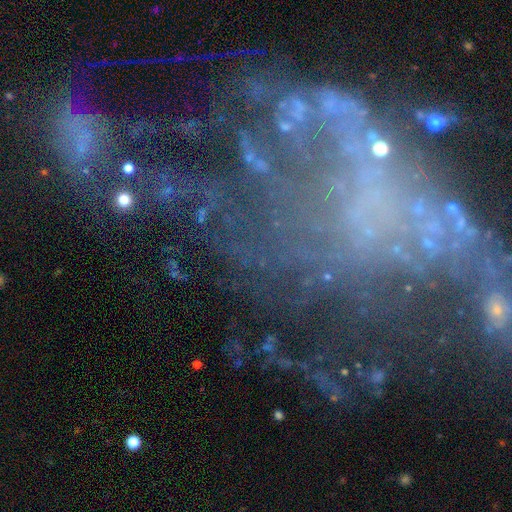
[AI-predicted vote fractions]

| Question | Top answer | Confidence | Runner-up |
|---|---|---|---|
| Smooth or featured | featured or disk | 58% | star or artifact (28%) |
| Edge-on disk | no | 95% | yes (5%) |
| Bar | no | 79% | weak (13%) |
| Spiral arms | no | 60% | yes (40%) |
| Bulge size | none | 72% | small (15%) |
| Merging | major disturbance | 37% | tied: none (37%) |